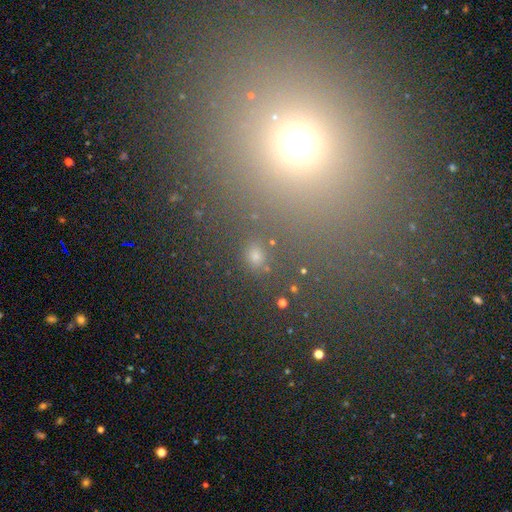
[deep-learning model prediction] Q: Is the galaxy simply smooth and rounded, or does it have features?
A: smooth — 57%.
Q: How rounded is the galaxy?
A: round — 50%.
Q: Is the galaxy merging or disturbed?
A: none — 82%.